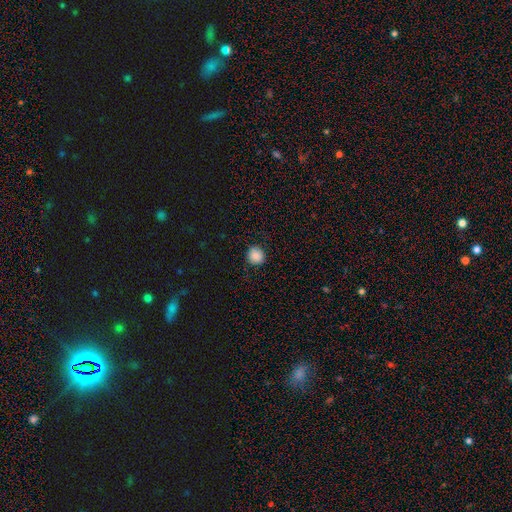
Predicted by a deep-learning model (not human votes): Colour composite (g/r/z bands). It shows a smooth galaxy with no disk features (84%) that is round (92%). Merging: none (89%).